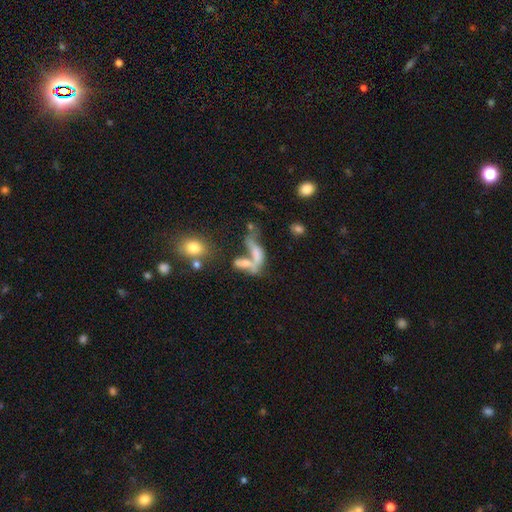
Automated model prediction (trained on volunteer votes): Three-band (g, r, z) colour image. It shows a smooth galaxy with no disk features (52%) that is in between round and cigar-shaped (61%). Merging: merger (58%).